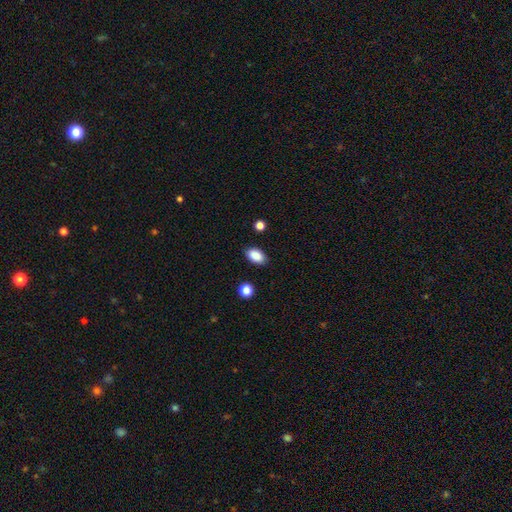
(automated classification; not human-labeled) This appears to be a smooth galaxy with no disk features (88%) that is in between round and cigar-shaped (91%). Merging: none (87%).